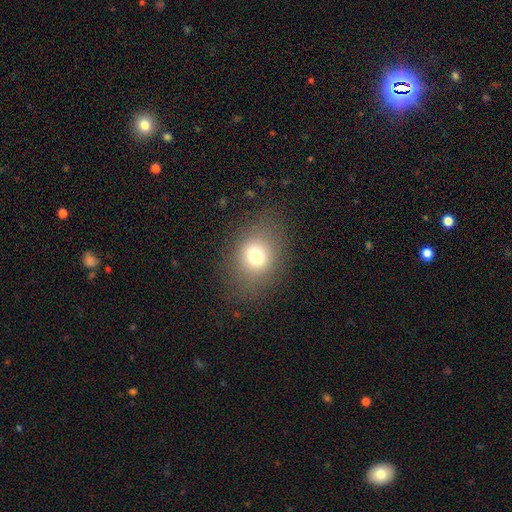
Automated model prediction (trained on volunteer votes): Q: Smooth or featured?
A: smooth (73%); runner-up: star or artifact (15%)
Q: How rounded?
A: round (55%); runner-up: in between (44%)
Q: Merging?
A: none (81%); runner-up: minor disturbance (11%)